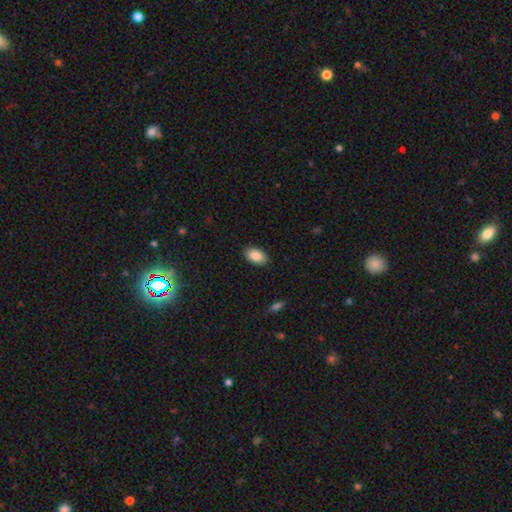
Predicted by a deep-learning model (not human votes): Smooth or featured? smooth (89%)
How rounded? in between (92%)
Merging? none (88%)